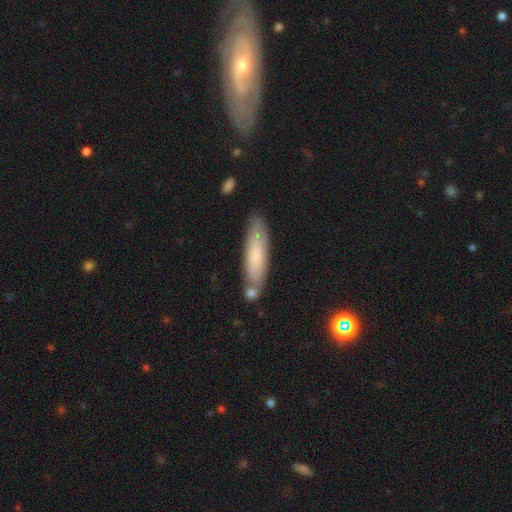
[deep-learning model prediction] smooth 68%, featured or disk 25%, star or artifact 7%. Down the decision tree: how rounded — cigar-shaped (74%); merging — none (74%).